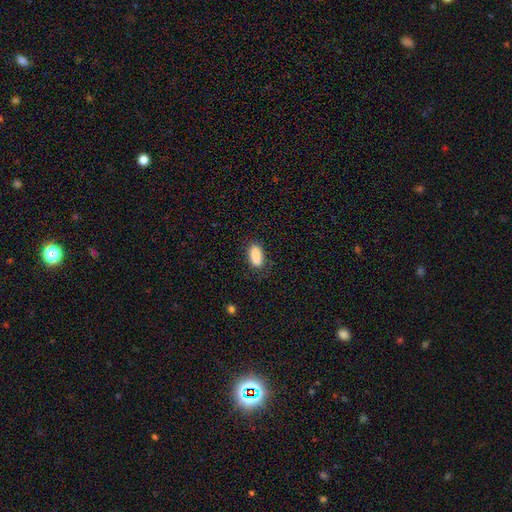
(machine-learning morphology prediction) Smooth or featured? smooth (87%)
How rounded? in between (86%)
Merging? none (76%)